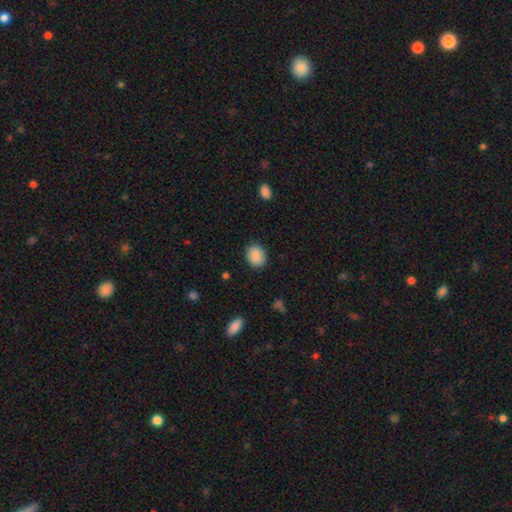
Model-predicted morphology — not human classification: smooth 89%, star or artifact 7%, featured or disk 3%. Down the decision tree: how rounded — round (56%); merging — none (87%).